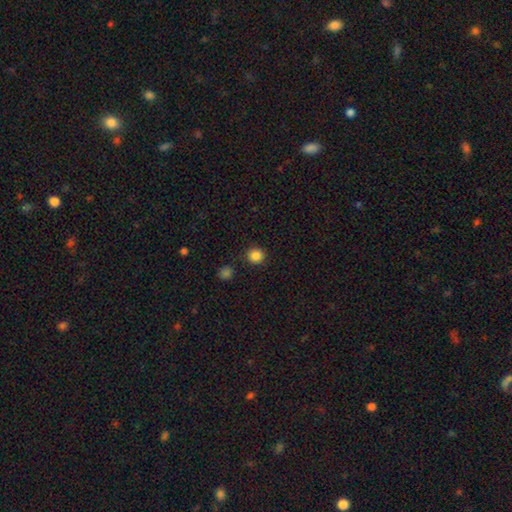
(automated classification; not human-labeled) smooth-or-featured: smooth: 86% | star or artifact: 11% | featured or disk: 3%
  how-rounded: round: 92% | in between: 7% | cigar-shaped: 1%
  merging: none: 88% | minor disturbance: 7% | merger: 3% | major disturbance: 2%